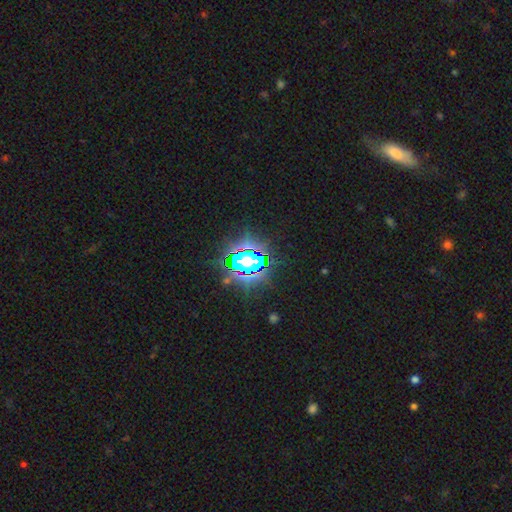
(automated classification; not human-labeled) Morphology: type=star or artifact (67%).